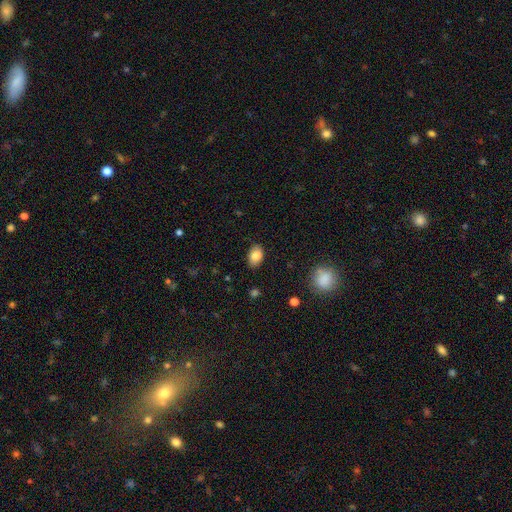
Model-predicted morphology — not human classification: A smooth galaxy with no disk features (85%) that is in between round and cigar-shaped (86%). Merging: none (83%).